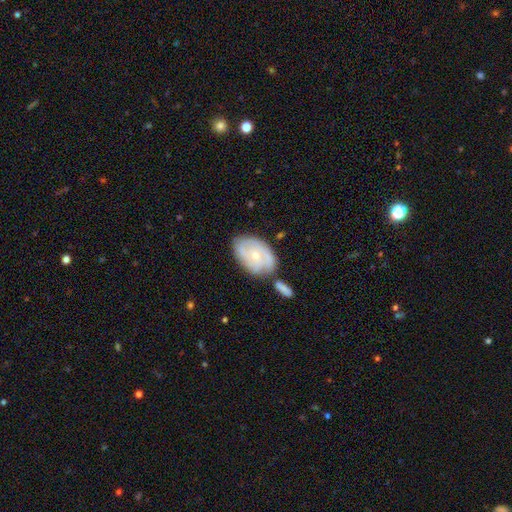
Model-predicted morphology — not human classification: smooth_or_featured: featured or disk (p=0.65) [alt: smooth p=0.29]
disk_edge_on: no (p=0.96) [alt: yes p=0.04]
bar: no (p=0.73) [alt: weak p=0.23]
has_spiral_arms: yes (p=0.81) [alt: no p=0.19]
spiral_winding: tight (p=0.60) [alt: medium p=0.30]
spiral_arm_count: can't tell (p=0.40) [alt: 2 p=0.31]
bulge_size: small (p=0.67) [alt: moderate p=0.30]
merging: none (p=0.58) [alt: minor disturbance p=0.21]